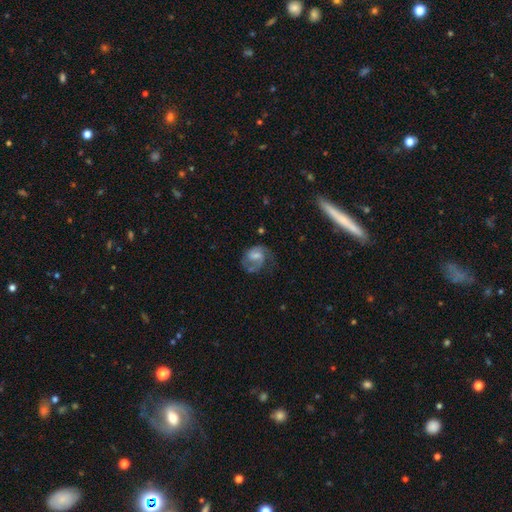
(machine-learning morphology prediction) The model was most divided on "bulge size": small: 42%, moderate: 37%, none: 15%, large: 6%, dominant: 1%. Remaining: edge-on disk — no (98%); spiral arms — yes (91%); smooth or featured — featured or disk (72%); spiral arm count — 2 (69%); merging — none (52%); spiral winding — medium (50%); bar — weak (49%).